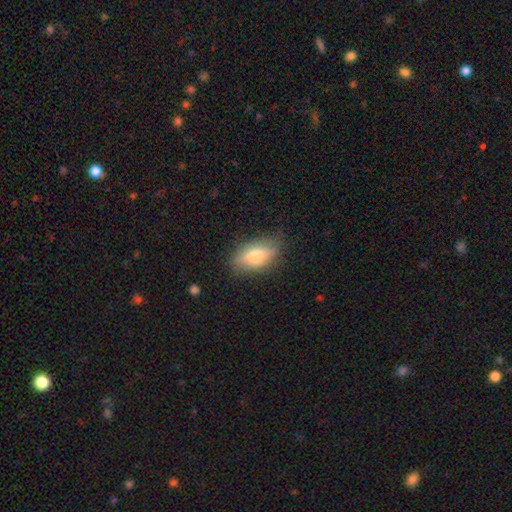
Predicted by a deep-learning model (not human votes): Q: Smooth or featured?
A: smooth (65%); runner-up: featured or disk (28%)
Q: How rounded?
A: in between (84%); runner-up: cigar-shaped (11%)
Q: Merging?
A: none (76%); runner-up: minor disturbance (19%)